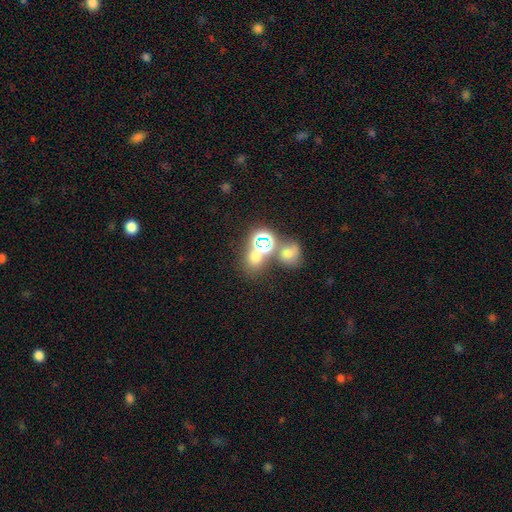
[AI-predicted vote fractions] Q: Smooth or featured?
A: smooth (58%); runner-up: star or artifact (31%)
Q: How rounded?
A: round (65%); runner-up: in between (34%)
Q: Merging?
A: none (47%); runner-up: merger (38%)